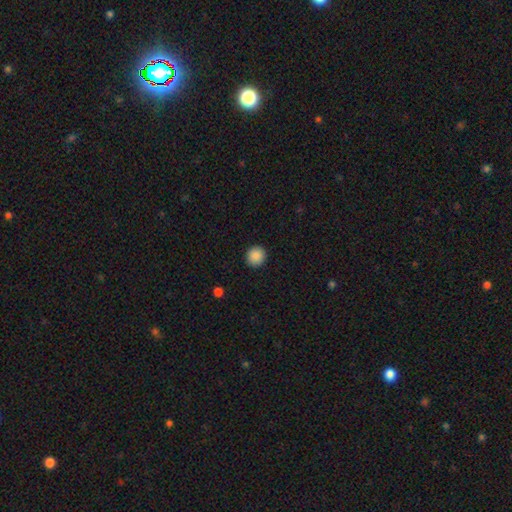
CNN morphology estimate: Smooth or featured: smooth — 89% (star or artifact — 9%)
How rounded: round — 93% (in between — 6%)
Merging: none — 92% (minor disturbance — 5%)